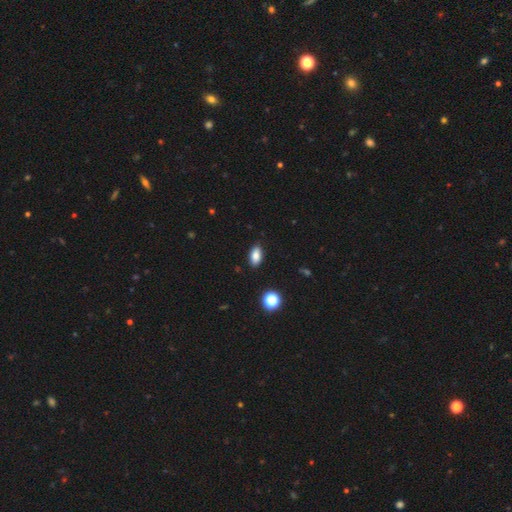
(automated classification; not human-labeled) smooth 84%, star or artifact 10%, featured or disk 7%. Down the decision tree: how rounded — in between (89%); merging — none (88%).